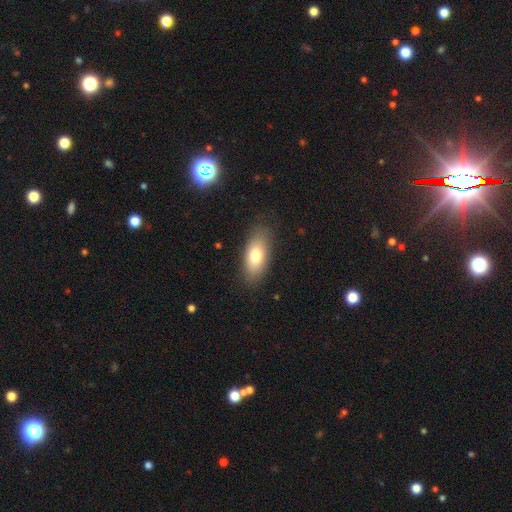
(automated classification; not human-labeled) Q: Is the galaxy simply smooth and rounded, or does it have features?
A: smooth — 76%.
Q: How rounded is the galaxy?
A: in between — 85%.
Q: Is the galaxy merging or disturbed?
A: none — 83%.